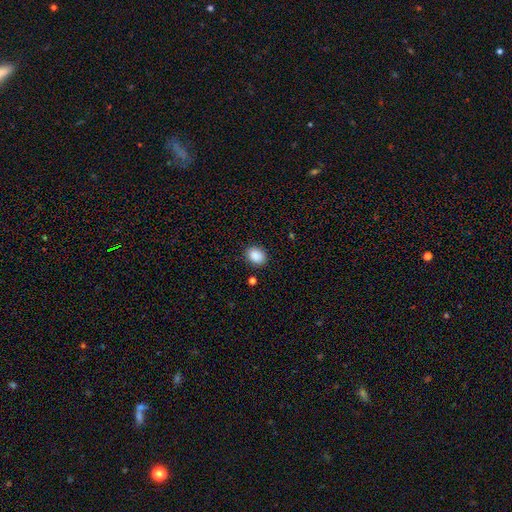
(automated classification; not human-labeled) smooth_or_featured: smooth (p=0.89) [alt: star or artifact p=0.08]
how_rounded: in between (p=0.57) [alt: round p=0.42]
merging: none (p=0.86) [alt: minor disturbance p=0.09]